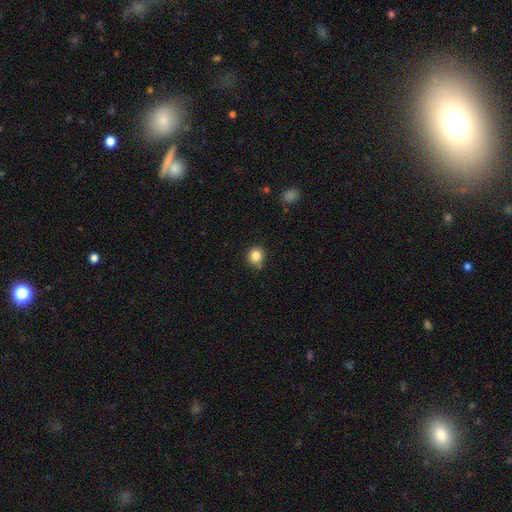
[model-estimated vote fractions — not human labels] Overall: smooth (85%). How rounded: round (85%). Merging: none (84%).